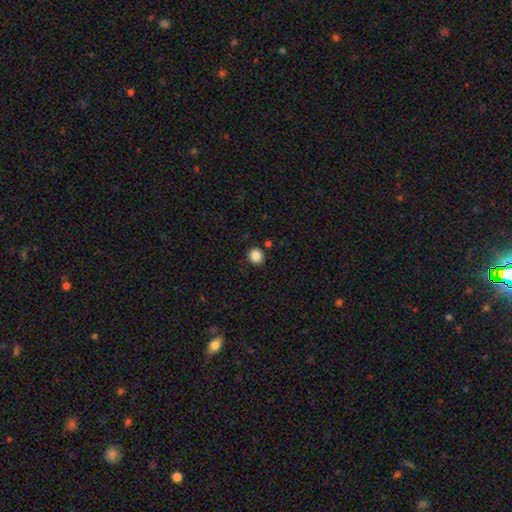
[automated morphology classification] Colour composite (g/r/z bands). It shows a smooth galaxy with no disk features (86%) that is round (87%). Merging: none (87%).